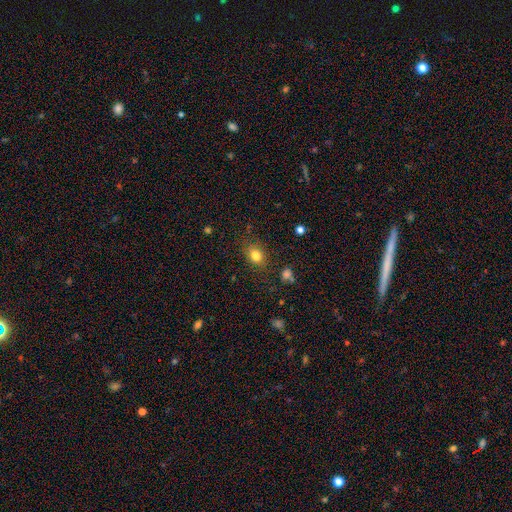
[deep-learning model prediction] A smooth galaxy with no disk features (80%) that is in between round and cigar-shaped (52%). Merging: none (79%).